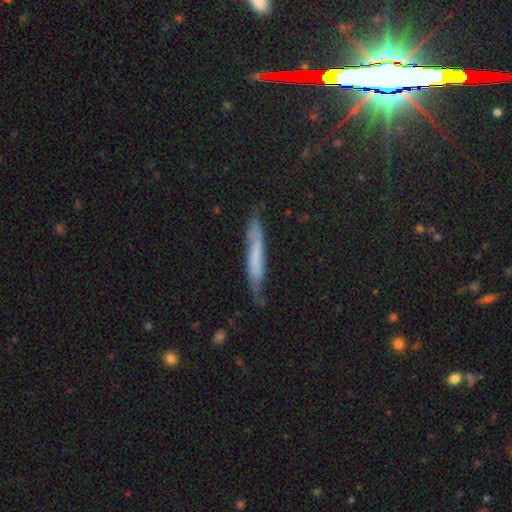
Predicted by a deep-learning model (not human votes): Morphology: type=smooth (55%); roundness=cigar-shaped (92%); merging=none (67%).